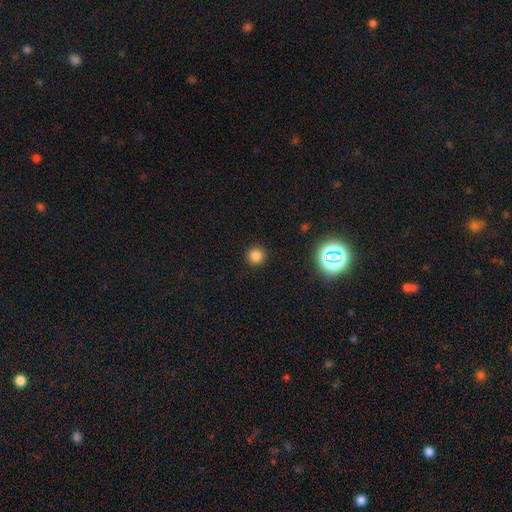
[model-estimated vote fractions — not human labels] Q: Smooth or featured?
A: smooth (81%); runner-up: star or artifact (15%)
Q: How rounded?
A: round (94%); runner-up: in between (5%)
Q: Merging?
A: none (91%); runner-up: minor disturbance (5%)